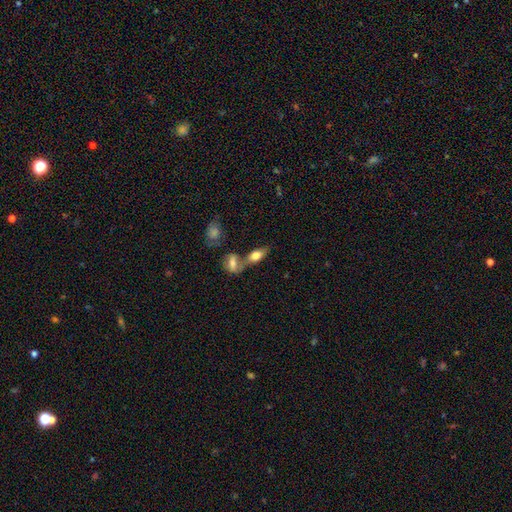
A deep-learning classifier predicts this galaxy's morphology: Overall: smooth (65%; featured or disk 27%). How rounded: in between (78%). Merging: none (46%; merger 38%).